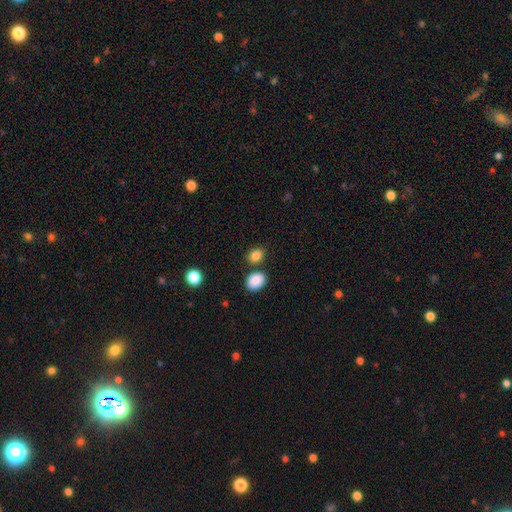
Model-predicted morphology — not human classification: Smooth or featured? smooth (86%)
How rounded? round (51%)
Merging? none (73%)